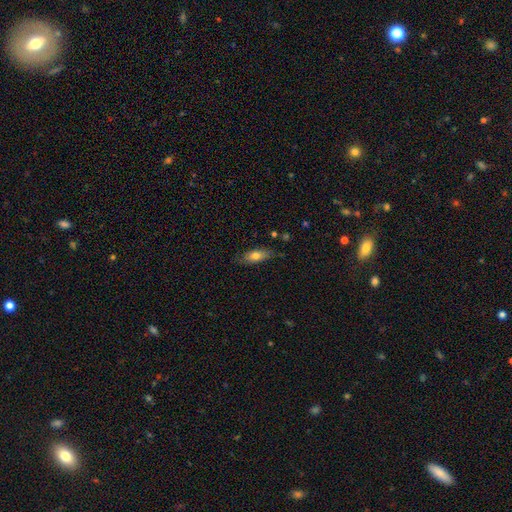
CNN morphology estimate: Q: Smooth or featured?
A: smooth (70%); runner-up: featured or disk (23%)
Q: How rounded?
A: in between (72%); runner-up: cigar-shaped (25%)
Q: Merging?
A: none (76%); runner-up: minor disturbance (19%)